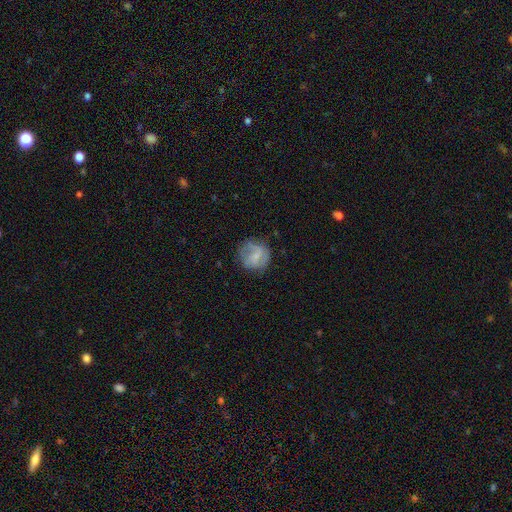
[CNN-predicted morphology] Smooth or featured: featured or disk — 48% (smooth — 44%)
Merging: none — 60% (minor disturbance — 24%)